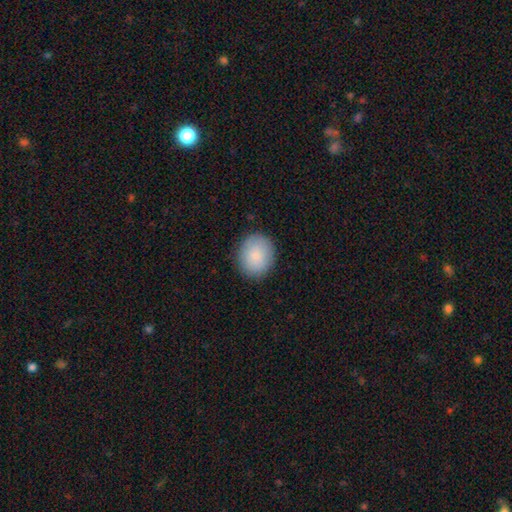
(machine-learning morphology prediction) The model was most divided on "how rounded": round: 72%, in between: 28%, cigar-shaped: 1%. More confident: merging — none (88%); smooth or featured — smooth (86%).